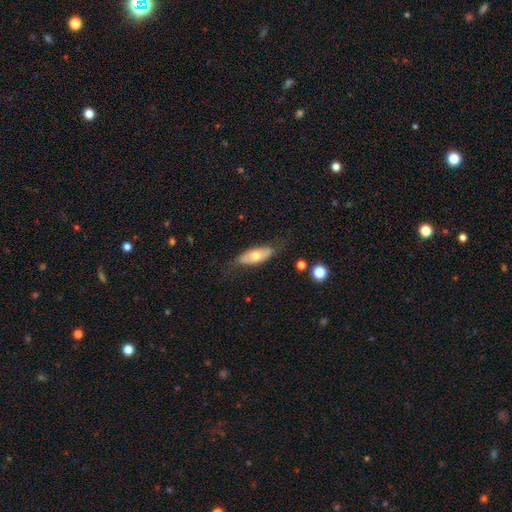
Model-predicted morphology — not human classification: Smooth or featured?
  - smooth: 55% *
  - featured or disk: 39%
  - star or artifact: 6%
How rounded?
  - in between: 77% *
  - cigar-shaped: 21%
  - round: 3%
Merging?
  - none: 70% *
  - minor disturbance: 21%
  - major disturbance: 7%
  - merger: 2%